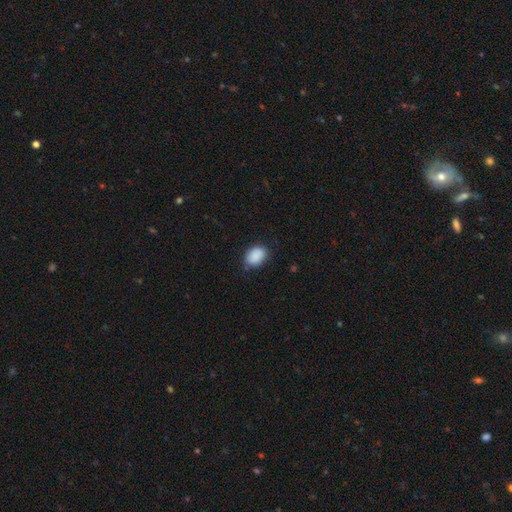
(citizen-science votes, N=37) This is clearly a smooth galaxy (89%). How rounded: likely in between (79%). Merging: clearly none (80%).